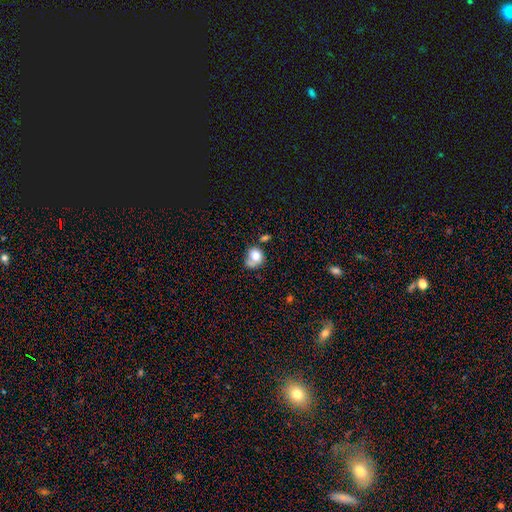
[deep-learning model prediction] Morphology: type=smooth (74%); roundness=round (67%); merging=none (42%).